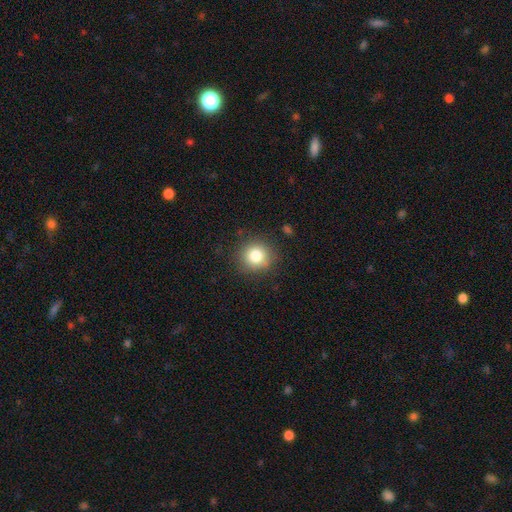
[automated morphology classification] smooth 81%, star or artifact 11%, featured or disk 8%. Down the decision tree: how rounded — round (91%); merging — none (87%).